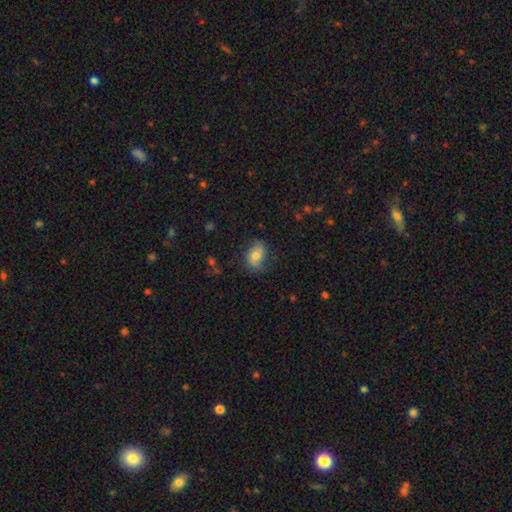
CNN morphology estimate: A smooth galaxy with no disk features (67%) that is in between round and cigar-shaped (77%).

Vote fractions:
- Smooth or featured? smooth: 67% / featured or disk: 24% / star or artifact: 9%
- How rounded? in between: 77% / round: 22% / cigar-shaped: 1%
- Merging? none: 66% / minor disturbance: 24% / major disturbance: 9% / merger: 1%